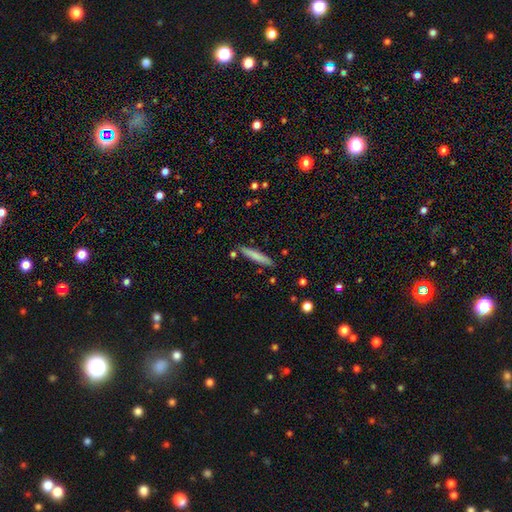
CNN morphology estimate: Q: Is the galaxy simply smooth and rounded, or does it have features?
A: smooth — 75%.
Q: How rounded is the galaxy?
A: cigar-shaped — 92%.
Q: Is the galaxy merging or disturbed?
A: none — 86%.